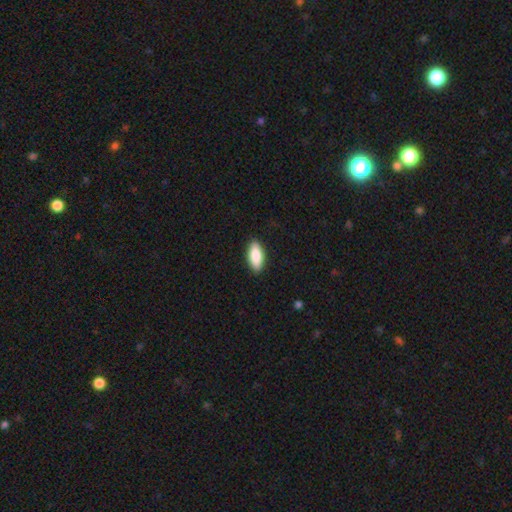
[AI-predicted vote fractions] A smooth galaxy with no disk features (87%) that is in between round and cigar-shaped (84%).

Vote fractions:
- Smooth or featured? smooth: 87% / featured or disk: 7% / star or artifact: 6%
- How rounded? in between: 84% / cigar-shaped: 14% / round: 2%
- Merging? none: 89% / minor disturbance: 8% / major disturbance: 2% / merger: 1%